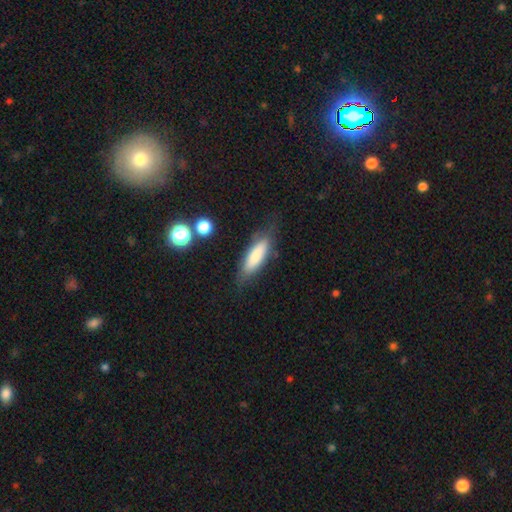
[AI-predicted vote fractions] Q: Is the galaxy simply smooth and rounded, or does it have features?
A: smooth — 75%.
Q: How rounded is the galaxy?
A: in between — 50%.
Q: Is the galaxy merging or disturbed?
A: none — 72%.